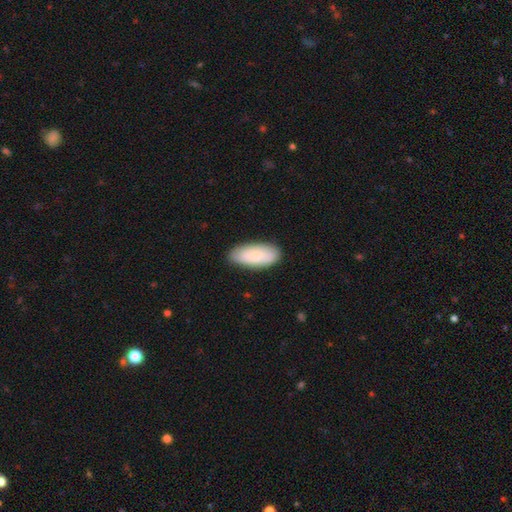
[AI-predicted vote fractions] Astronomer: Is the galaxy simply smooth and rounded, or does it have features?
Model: smooth — 82%.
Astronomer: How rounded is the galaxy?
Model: in between — 88%.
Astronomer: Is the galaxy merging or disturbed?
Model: none — 84%.